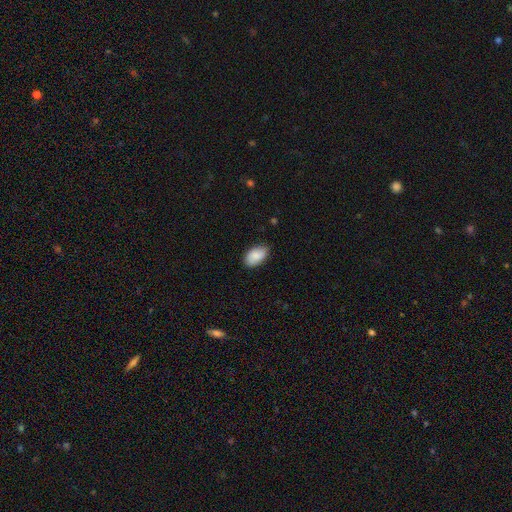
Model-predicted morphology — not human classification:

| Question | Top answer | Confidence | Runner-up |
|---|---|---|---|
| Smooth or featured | smooth | 86% | featured or disk (7%) |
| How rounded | in between | 93% | round (5%) |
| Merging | none | 78% | minor disturbance (18%) |